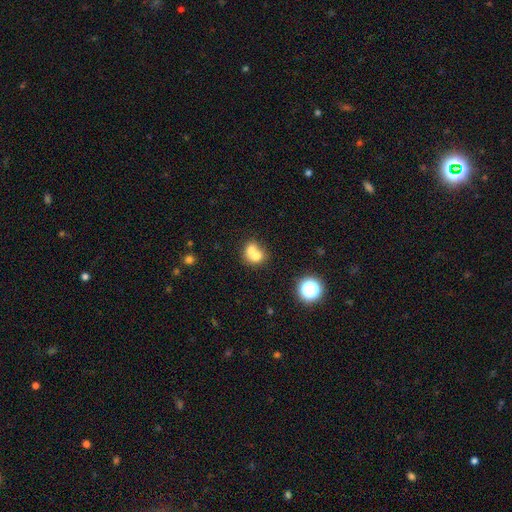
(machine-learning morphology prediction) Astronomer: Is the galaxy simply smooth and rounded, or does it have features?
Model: smooth — 69%.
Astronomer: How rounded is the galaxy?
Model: round — 68%.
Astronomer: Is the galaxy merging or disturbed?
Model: merger — 68%.